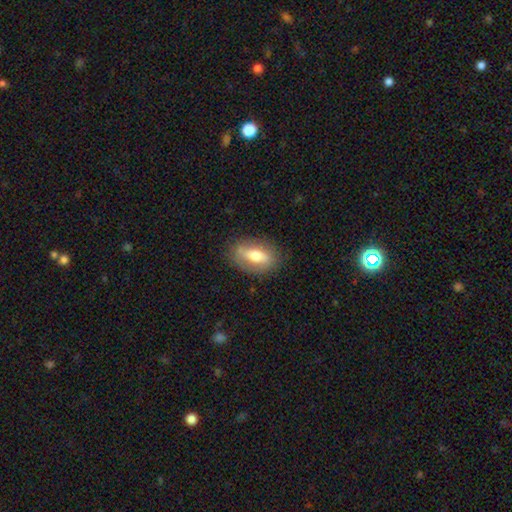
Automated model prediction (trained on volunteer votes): A smooth galaxy with no disk features (58%) that is in between round and cigar-shaped (84%). Merging: none (79%).